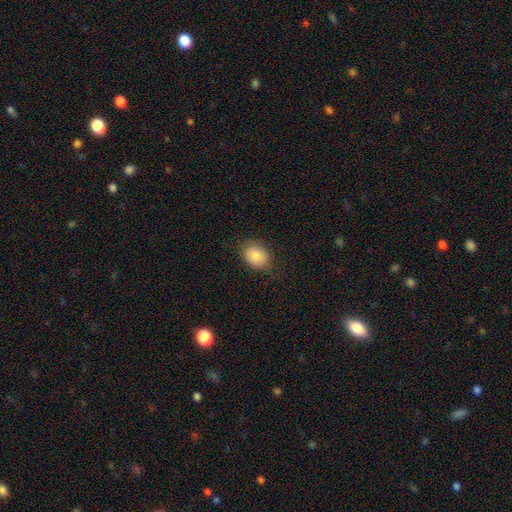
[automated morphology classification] smooth 82%, featured or disk 10%, star or artifact 8%. Down the decision tree: how rounded — in between (67%); merging — none (81%).